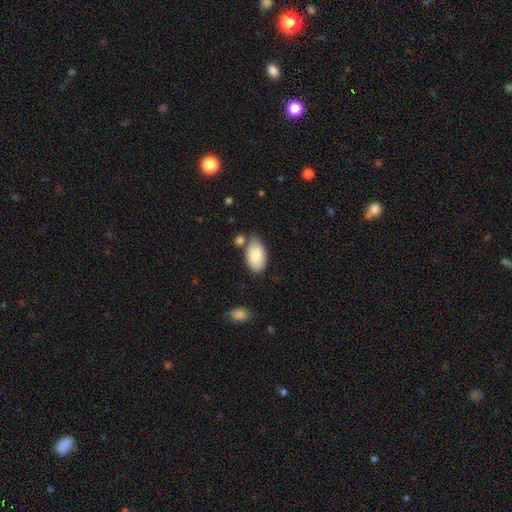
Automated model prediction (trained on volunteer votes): Q: Smooth or featured?
A: smooth (83%); runner-up: featured or disk (11%)
Q: How rounded?
A: in between (95%); runner-up: round (4%)
Q: Merging?
A: none (68%); runner-up: minor disturbance (18%)